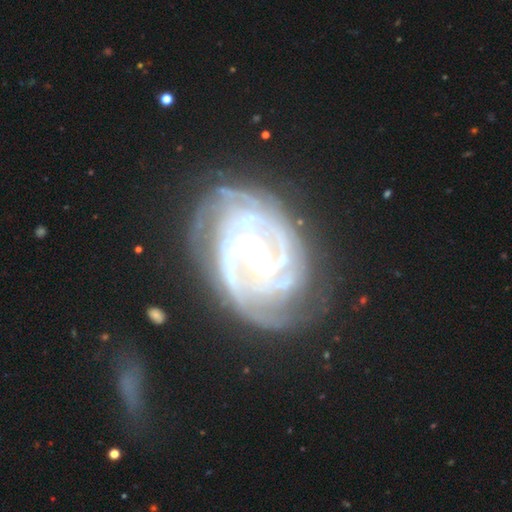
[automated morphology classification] featured or disk 91%, star or artifact 5%, smooth 4%. Down the decision tree: edge-on disk — no (97%); bar — strong (54%); spiral arms — yes (98%); spiral arm count — 2 (47%); spiral winding — tight (64%); bulge size — moderate (47%); merging — none (69%).